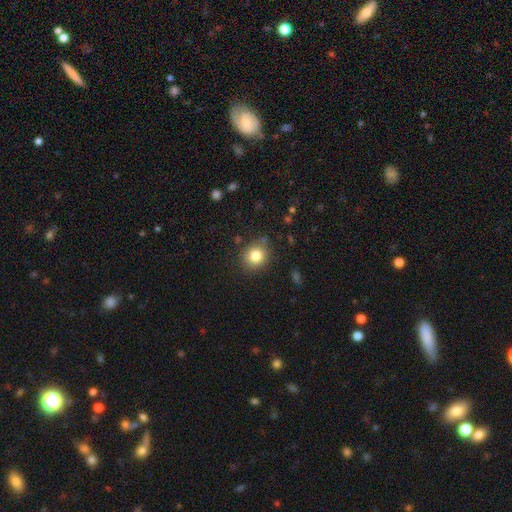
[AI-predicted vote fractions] Smooth or featured?
  - smooth: 81% *
  - star or artifact: 11%
  - featured or disk: 8%
How rounded?
  - round: 82% *
  - in between: 18%
  - cigar-shaped: 1%
Merging?
  - none: 84% *
  - minor disturbance: 11%
  - major disturbance: 3%
  - merger: 2%